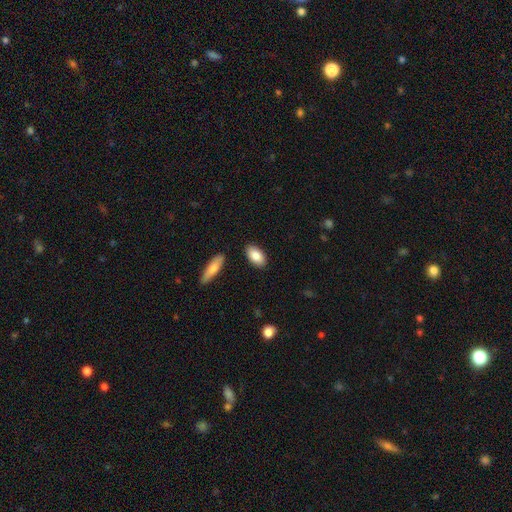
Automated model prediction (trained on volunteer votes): Q: Smooth or featured?
A: smooth (85%); runner-up: featured or disk (9%)
Q: How rounded?
A: in between (93%); runner-up: cigar-shaped (4%)
Q: Merging?
A: none (87%); runner-up: minor disturbance (9%)